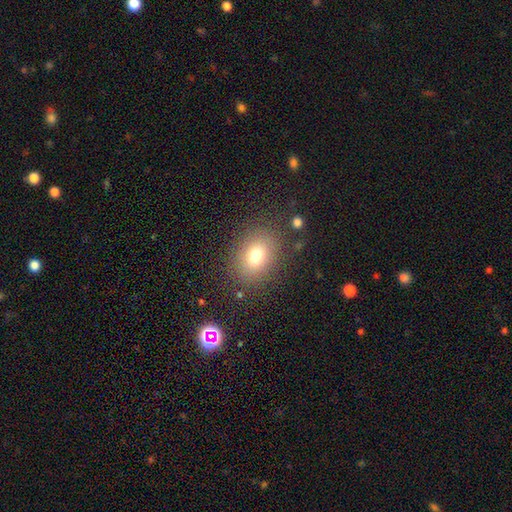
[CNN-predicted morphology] smooth-or-featured: smooth: 75% | star or artifact: 13% | featured or disk: 12%
  how-rounded: in between: 55% | round: 44% | cigar-shaped: 1%
  merging: none: 82% | minor disturbance: 11% | major disturbance: 5% | merger: 2%